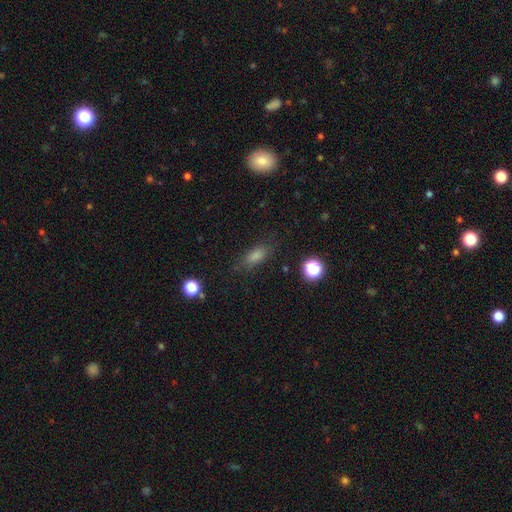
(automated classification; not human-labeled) smooth_or_featured: smooth (p=0.72) [alt: star or artifact p=0.17]
how_rounded: in between (p=0.70) [alt: cigar-shaped p=0.21]
merging: none (p=0.78) [alt: minor disturbance p=0.14]